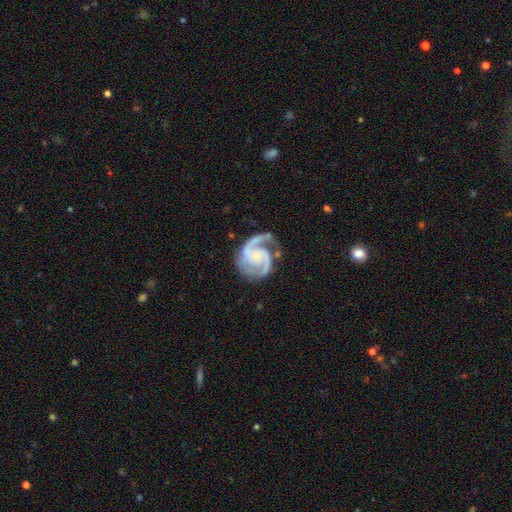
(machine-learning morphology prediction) Smooth or featured? featured or disk (92%)
Edge-on disk? no (98%)
Bar? no (65%)
Spiral arms? yes (98%)
Spiral winding? medium (51%)
Spiral arm count? 2 (76%)
Bulge size? small (74%)
Merging? none (67%)